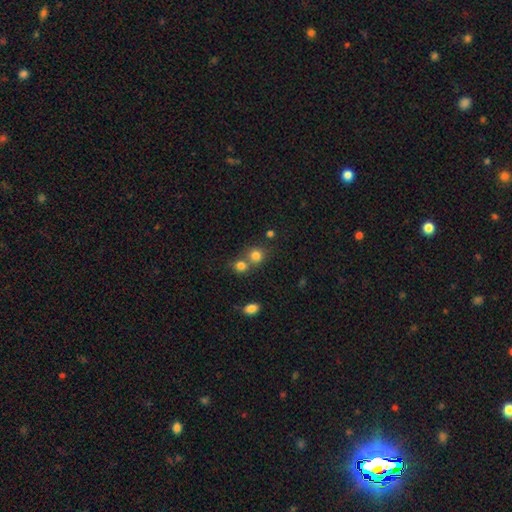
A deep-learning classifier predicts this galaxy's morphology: A smooth galaxy with no disk features (79%) that is round (86%).

Vote fractions:
- Smooth or featured? smooth: 79% / star or artifact: 13% / featured or disk: 7%
- How rounded? round: 86% / in between: 13% / cigar-shaped: 1%
- Merging? none: 52% / merger: 38% / minor disturbance: 7% / major disturbance: 3%